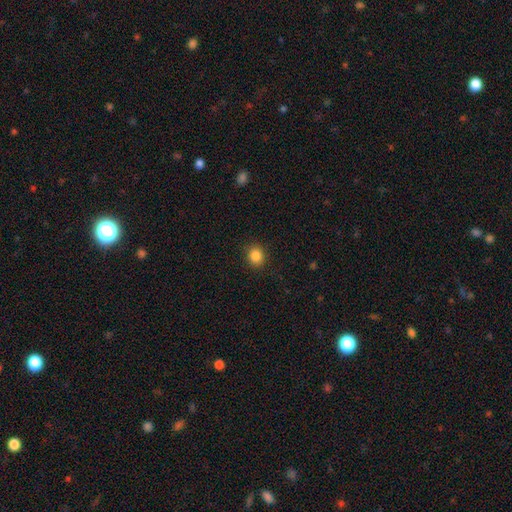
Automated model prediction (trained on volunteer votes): Overall: smooth (85%). How rounded: round (71%). Merging: none (89%).